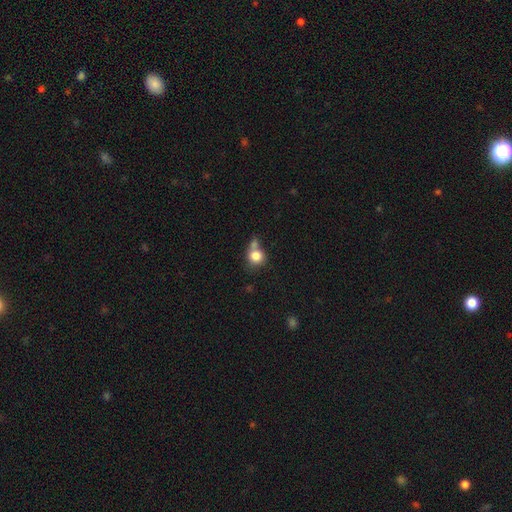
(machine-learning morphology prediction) This appears to be a smooth galaxy with no disk features (80%) that is round (81%). Merging: none (44%).